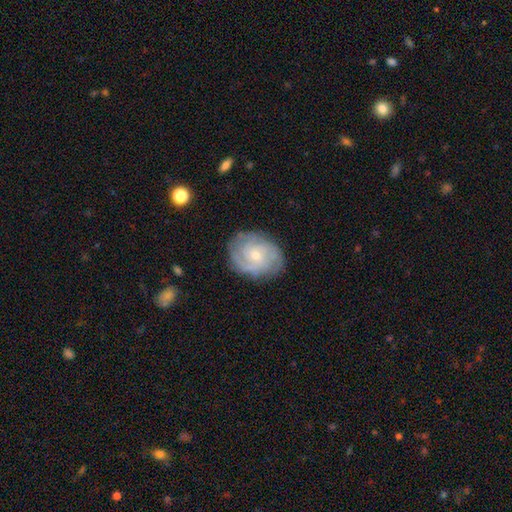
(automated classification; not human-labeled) A featured or disk galaxy (81%) with no bar (69%), tight (64%) spiral arms (95%) and a small central bulge (67%).

Vote fractions:
- Smooth or featured? featured or disk: 81% / smooth: 13% / star or artifact: 6%
- Edge-on disk? no: 98% / yes: 2%
- Bar? no: 69% / weak: 28% / strong: 4%
- Spiral arms? yes: 95% / no: 5%
- Spiral winding? tight: 64% / medium: 29% / loose: 7%
- Spiral arm count? can't tell: 28% / 3: 26% / 2: 23% / 4: 12% / 1: 5% / more than 4: 5%
- Bulge size? small: 67% / moderate: 29% / none: 2% / large: 1% / dominant: 1%
- Merging? none: 79% / minor disturbance: 15% / major disturbance: 5% / merger: 1%